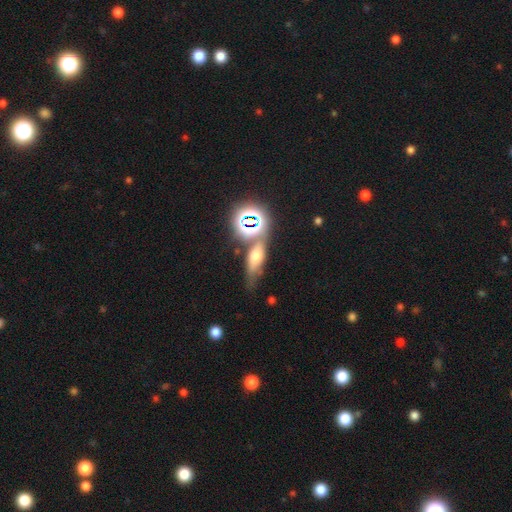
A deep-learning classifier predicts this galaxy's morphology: Smooth or featured? Predicted: smooth (p=0.49). Merging? Predicted: none (p=0.56).